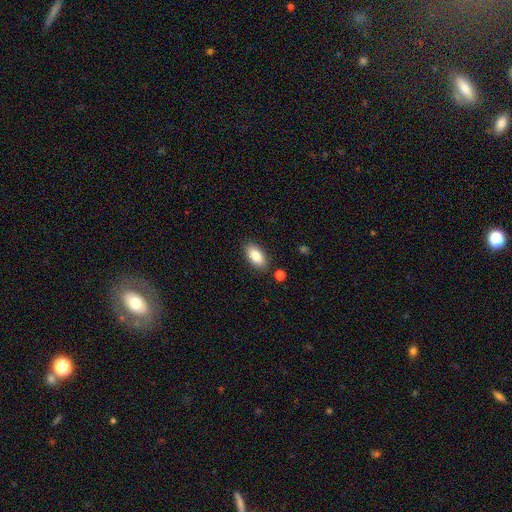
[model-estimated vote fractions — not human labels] Morphology: type=smooth (86%); roundness=in between (90%); merging=none (84%).